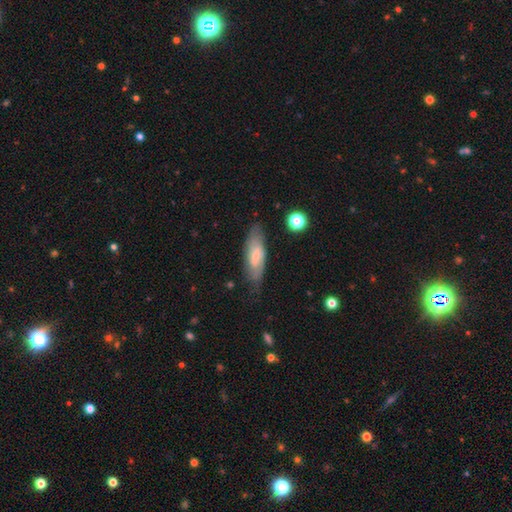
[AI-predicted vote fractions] The model was most divided on "smooth or featured": smooth: 48%, featured or disk: 46%, star or artifact: 7%. More confident: merging — none (74%).